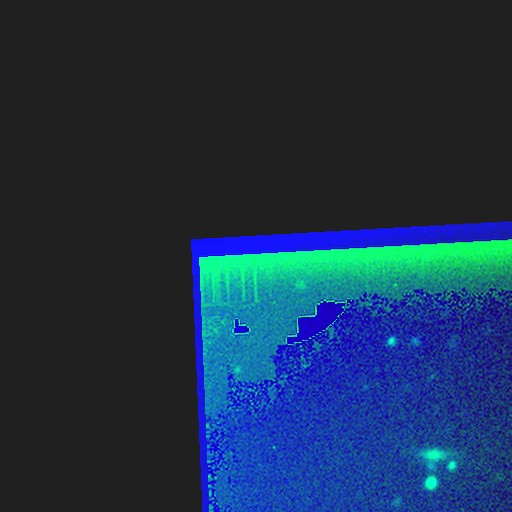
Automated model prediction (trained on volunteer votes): smooth_or_featured: star or artifact (p=0.88) [alt: featured or disk p=0.07]